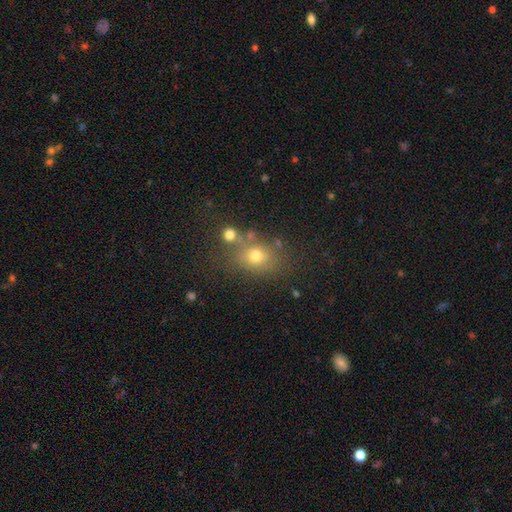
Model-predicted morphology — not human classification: Q: Smooth or featured?
A: smooth (69%); runner-up: star or artifact (18%)
Q: How rounded?
A: round (55%); runner-up: in between (44%)
Q: Merging?
A: none (64%); runner-up: minor disturbance (15%)